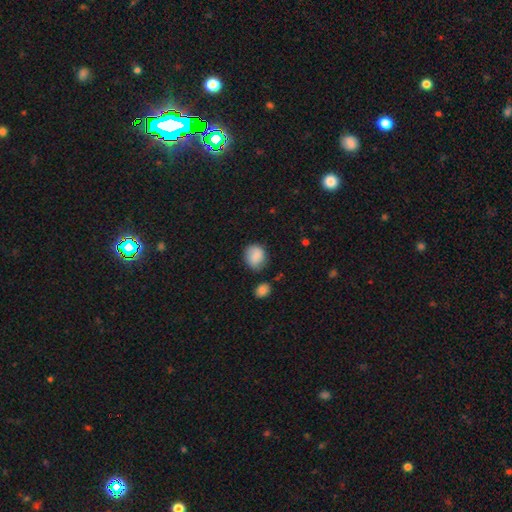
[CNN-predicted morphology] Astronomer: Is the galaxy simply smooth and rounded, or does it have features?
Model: smooth — 83%.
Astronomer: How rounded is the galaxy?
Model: round — 73%.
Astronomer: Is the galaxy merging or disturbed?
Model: none — 75%.